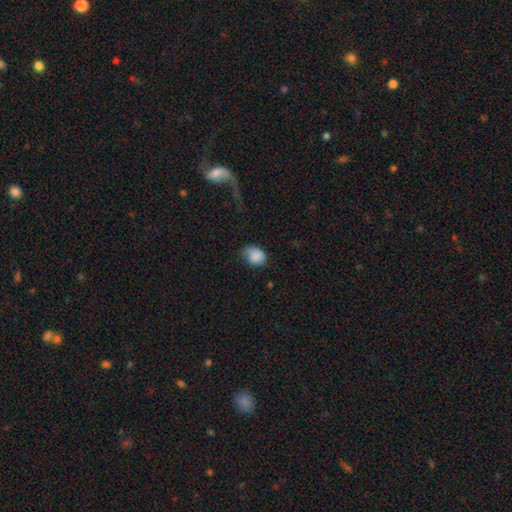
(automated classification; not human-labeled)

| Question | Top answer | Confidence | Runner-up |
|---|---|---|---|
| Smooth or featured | smooth | 85% | featured or disk (8%) |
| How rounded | in between | 61% | round (39%) |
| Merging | none | 52% | minor disturbance (35%) |